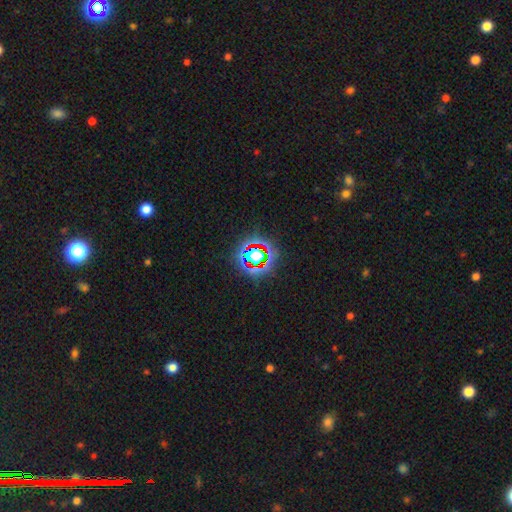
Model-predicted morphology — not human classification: smooth-or-featured: star or artifact: 66% | smooth: 21% | featured or disk: 13%